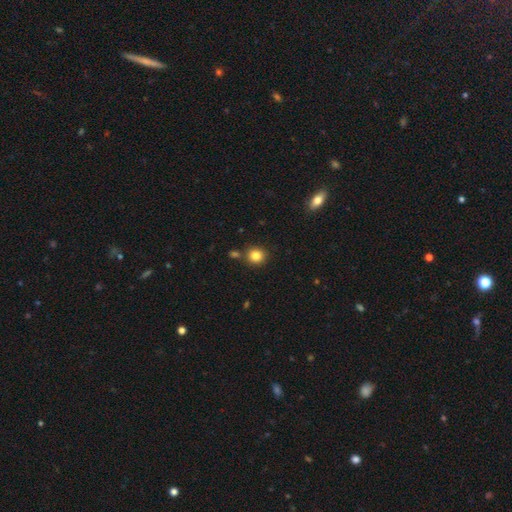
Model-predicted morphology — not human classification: The model was most divided on "how rounded": round: 86%, in between: 14%, cigar-shaped: 1%. More confident: smooth or featured — smooth (83%); merging — none (81%).